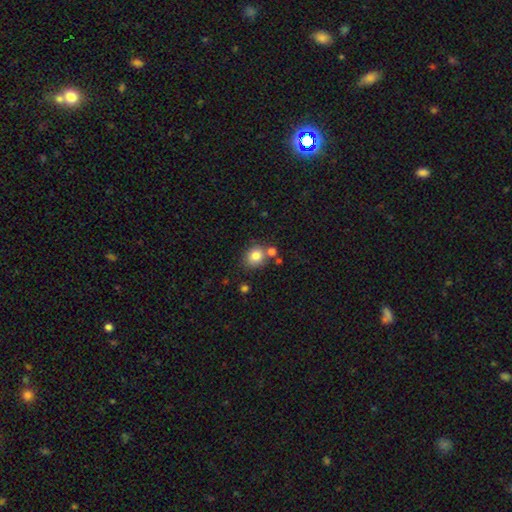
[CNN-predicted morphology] smooth_or_featured: smooth (p=0.82) [alt: star or artifact p=0.11]
how_rounded: round (p=0.75) [alt: in between p=0.24]
merging: none (p=0.70) [alt: merger p=0.16]